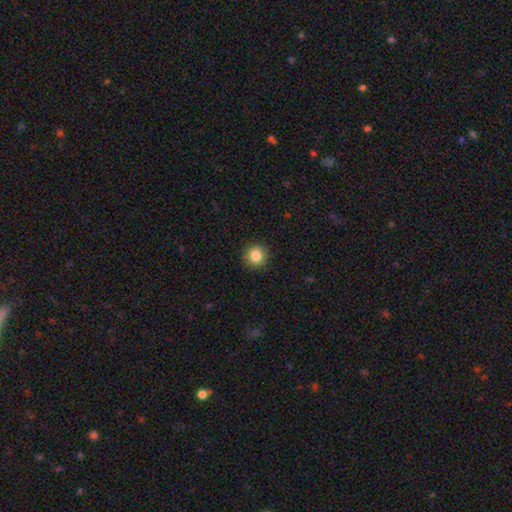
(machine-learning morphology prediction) Smooth or featured: smooth — 85% (star or artifact — 10%)
How rounded: round — 94% (in between — 5%)
Merging: none — 92% (minor disturbance — 5%)